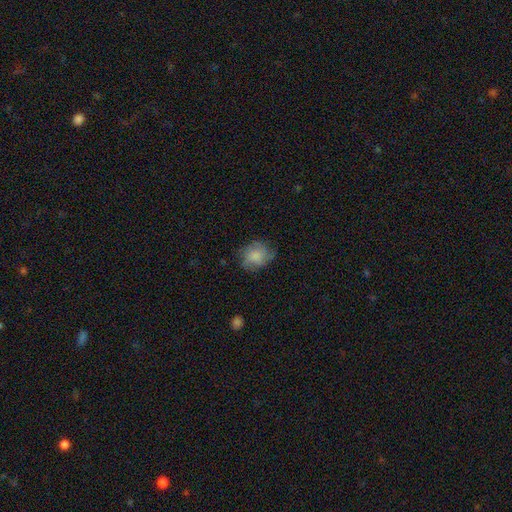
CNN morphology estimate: A smooth galaxy with no disk features (72%) that is round (63%).

Vote fractions:
- Smooth or featured? smooth: 72% / featured or disk: 19% / star or artifact: 9%
- How rounded? round: 63% / in between: 36% / cigar-shaped: 1%
- Merging? none: 65% / minor disturbance: 24% / major disturbance: 9% / merger: 1%